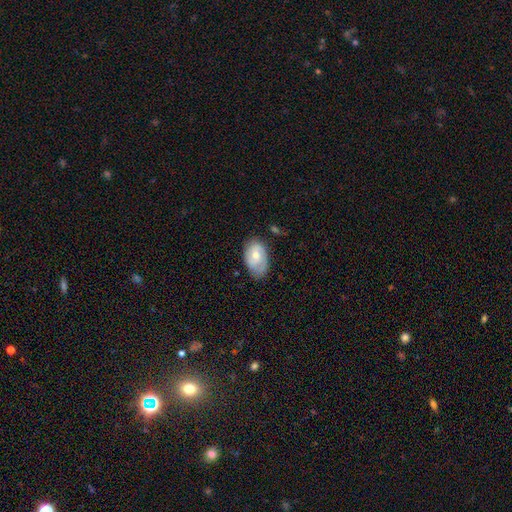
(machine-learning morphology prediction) The model was most divided on "smooth or featured": smooth: 62%, featured or disk: 32%, star or artifact: 6%. More confident: how rounded — in between (90%); merging — none (65%).